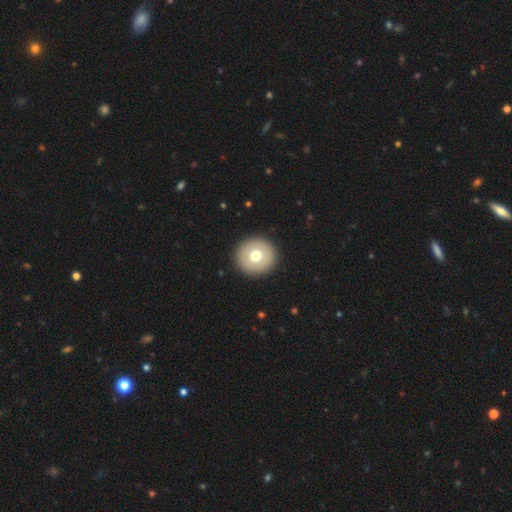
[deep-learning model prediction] A smooth galaxy with no disk features (67%) that is round (95%).

Vote fractions:
- Smooth or featured? smooth: 67% / featured or disk: 25% / star or artifact: 8%
- How rounded? round: 95% / in between: 4% / cigar-shaped: 1%
- Merging? none: 93% / minor disturbance: 4% / major disturbance: 2% / merger: 1%